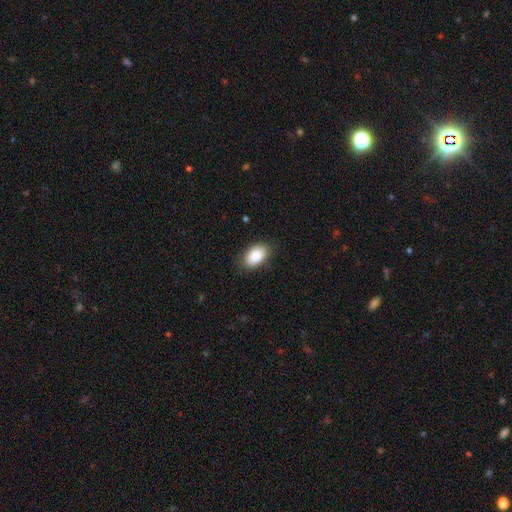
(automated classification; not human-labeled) A smooth galaxy with no disk features (87%) that is in between round and cigar-shaped (92%).

Vote fractions:
- Smooth or featured? smooth: 87% / star or artifact: 7% / featured or disk: 6%
- How rounded? in between: 92% / round: 7% / cigar-shaped: 2%
- Merging? none: 84% / minor disturbance: 12% / major disturbance: 3% / merger: 1%